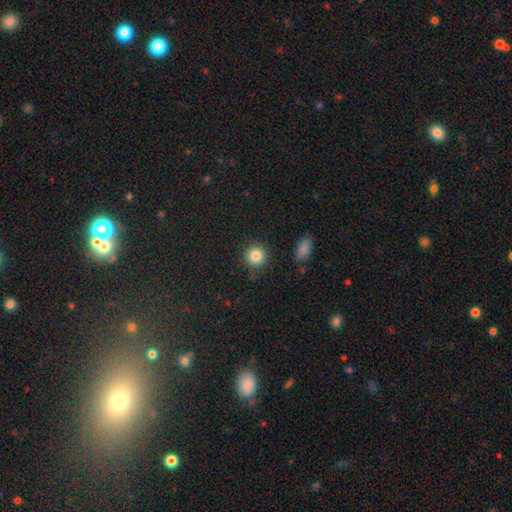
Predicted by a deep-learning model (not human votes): Smooth or featured? smooth (86%)
How rounded? round (91%)
Merging? none (88%)